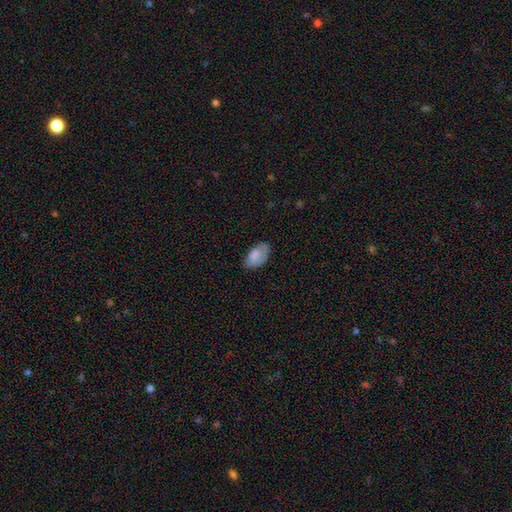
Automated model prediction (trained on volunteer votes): A smooth galaxy with no disk features (78%) that is in between round and cigar-shaped (94%).

Vote fractions:
- Smooth or featured? smooth: 78% / featured or disk: 15% / star or artifact: 7%
- How rounded? in between: 94% / round: 4% / cigar-shaped: 2%
- Merging? none: 62% / minor disturbance: 28% / major disturbance: 8% / merger: 2%